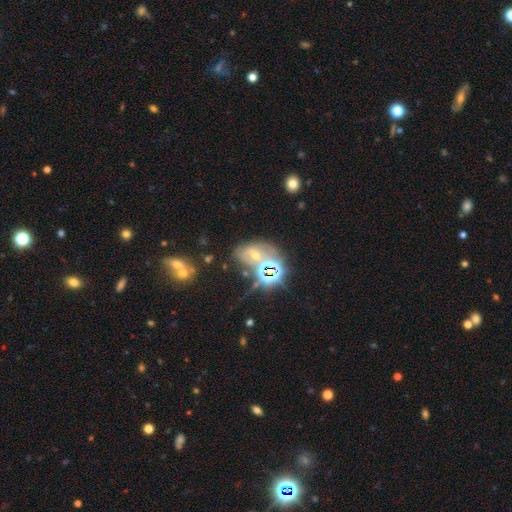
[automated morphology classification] A star or artifact, not a galaxy (45%).